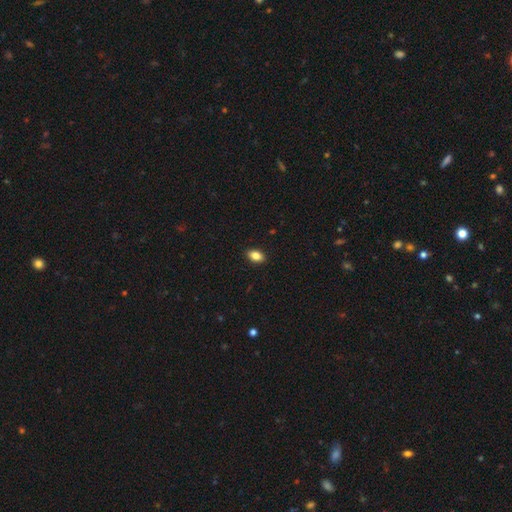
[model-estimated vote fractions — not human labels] Smooth or featured? Predicted: smooth (p=0.84). How rounded? Predicted: in between (p=0.88). Merging? Predicted: none (p=0.90).